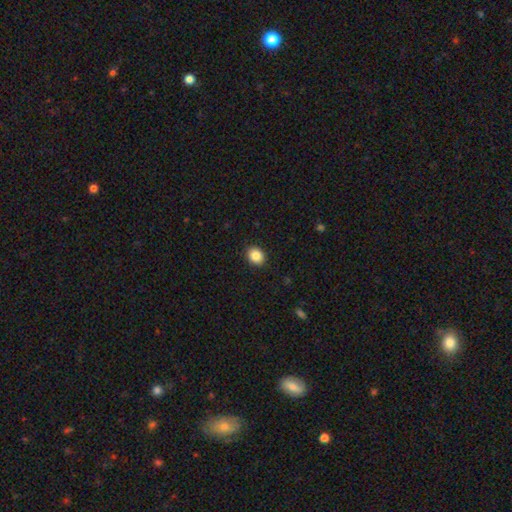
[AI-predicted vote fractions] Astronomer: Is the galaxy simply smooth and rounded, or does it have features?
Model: smooth — 86%.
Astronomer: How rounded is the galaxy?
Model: round — 53% (runner-up: in between, 46%).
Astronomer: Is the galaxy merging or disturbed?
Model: none — 91%.